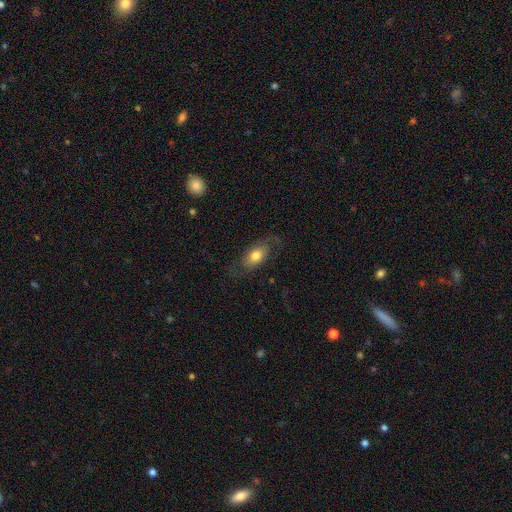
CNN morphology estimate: The model was most divided on "smooth or featured": smooth: 55%, featured or disk: 38%, star or artifact: 7%. More confident: how rounded — in between (85%); merging — none (66%).